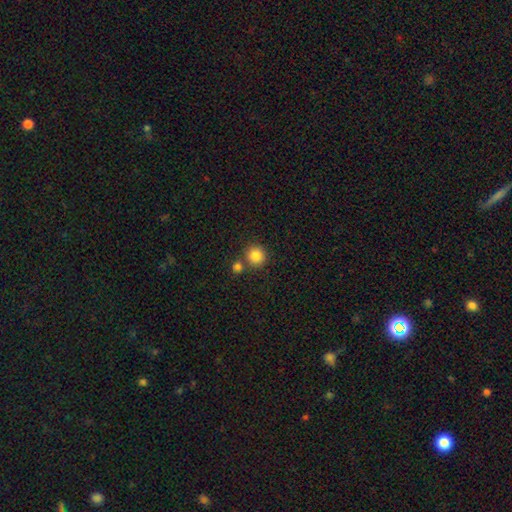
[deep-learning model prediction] A smooth galaxy with no disk features (85%) that is round (92%).

Vote fractions:
- Smooth or featured? smooth: 85% / star or artifact: 10% / featured or disk: 5%
- How rounded? round: 92% / in between: 7% / cigar-shaped: 1%
- Merging? none: 73% / merger: 17% / minor disturbance: 8% / major disturbance: 3%